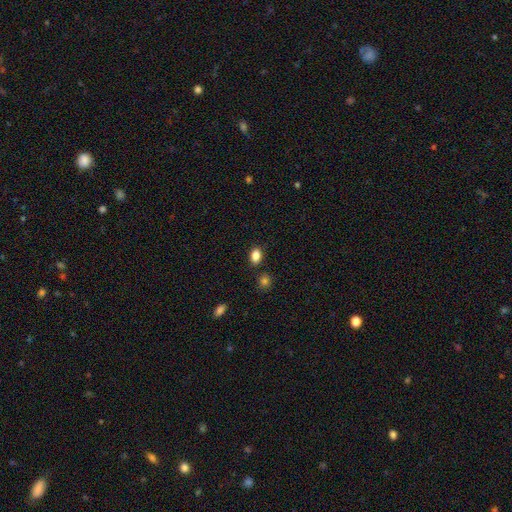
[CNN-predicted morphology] smooth-or-featured: smooth: 86% | star or artifact: 10% | featured or disk: 4%
  how-rounded: in between: 80% | round: 18% | cigar-shaped: 2%
  merging: none: 85% | minor disturbance: 9% | merger: 4% | major disturbance: 2%